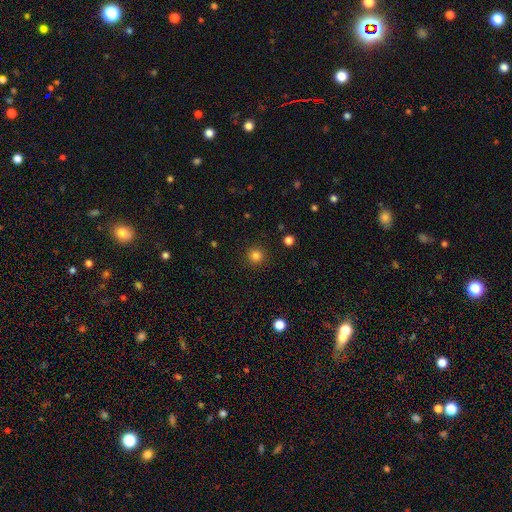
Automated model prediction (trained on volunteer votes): Morphology: type=smooth (82%); roundness=round (95%); merging=none (92%).